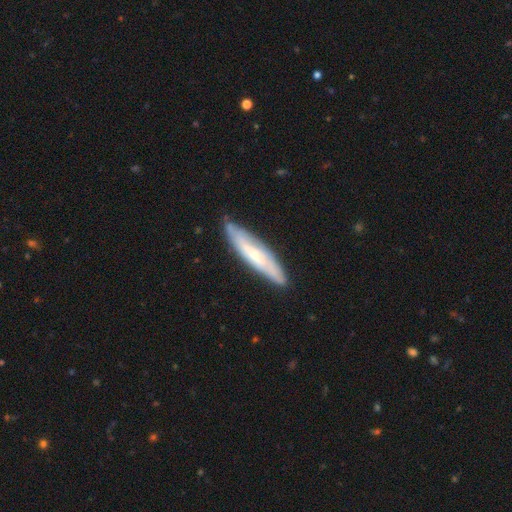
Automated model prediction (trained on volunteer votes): A featured or disk galaxy (54%) viewed edge-on (61%). Merging: none (84%).